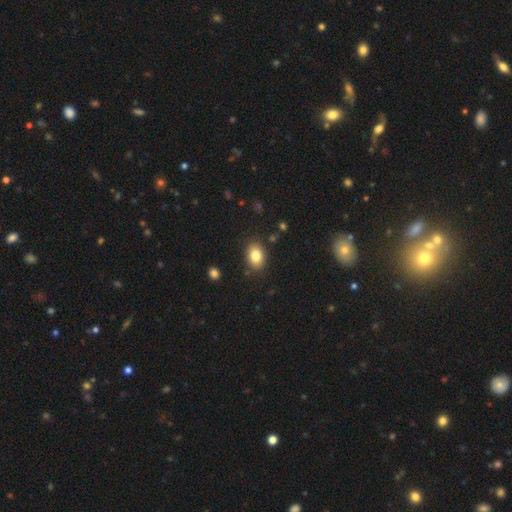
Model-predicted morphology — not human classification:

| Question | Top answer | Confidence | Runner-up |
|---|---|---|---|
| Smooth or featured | smooth | 82% | star or artifact (9%) |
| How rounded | in between | 73% | round (26%) |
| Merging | none | 85% | minor disturbance (10%) |